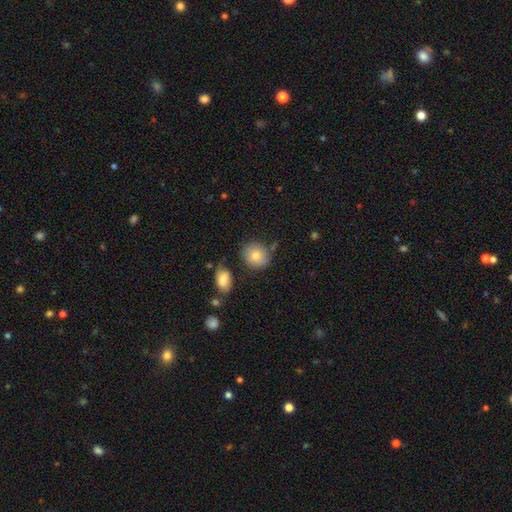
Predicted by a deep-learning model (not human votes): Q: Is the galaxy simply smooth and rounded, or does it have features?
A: smooth — 79%.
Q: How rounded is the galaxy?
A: round — 75%.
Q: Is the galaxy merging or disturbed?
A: none — 76%.